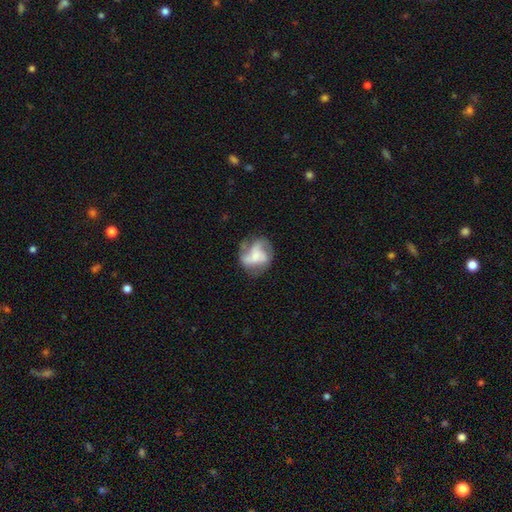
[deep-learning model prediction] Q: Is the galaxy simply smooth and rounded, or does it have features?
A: featured or disk — 62%.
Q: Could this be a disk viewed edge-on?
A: no — 97%.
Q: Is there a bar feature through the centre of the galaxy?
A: no — 64%.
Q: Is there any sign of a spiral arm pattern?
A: yes — 80%.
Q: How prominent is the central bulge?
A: moderate — 28%.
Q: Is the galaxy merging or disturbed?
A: none — 54%.